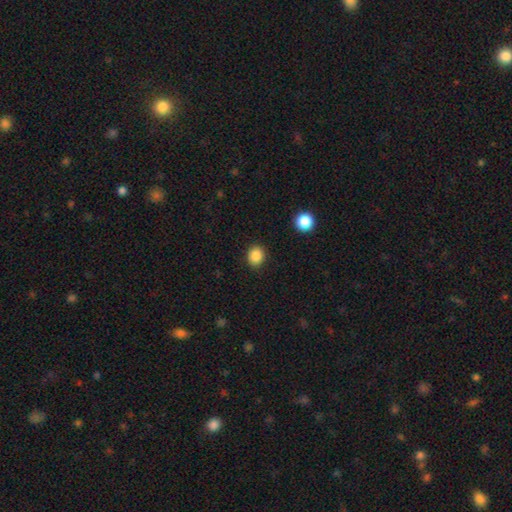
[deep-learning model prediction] Overall: smooth (86%). How rounded: round (71%). Merging: none (90%).